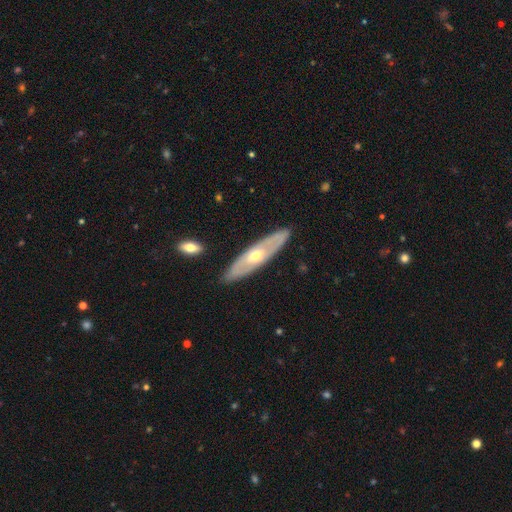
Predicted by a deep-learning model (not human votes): Smooth or featured?
  - featured or disk: 64% *
  - smooth: 31%
  - star or artifact: 5%
Edge-on disk?
  - no: 59% *
  - yes: 41%
Merging?
  - none: 86% *
  - minor disturbance: 11%
  - major disturbance: 2%
  - merger: 1%